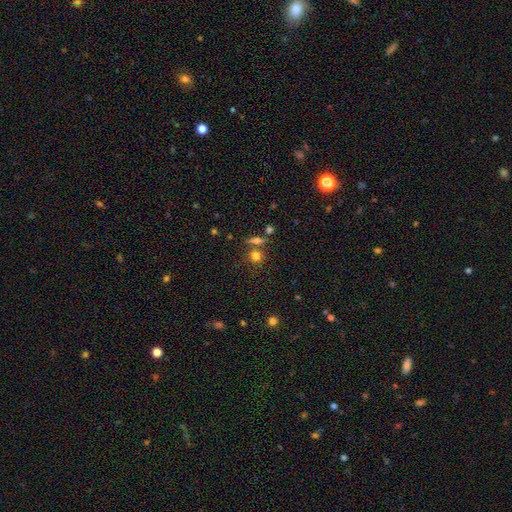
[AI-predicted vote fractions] Morphology: type=smooth (74%); roundness=round (79%); merging=none (68%).